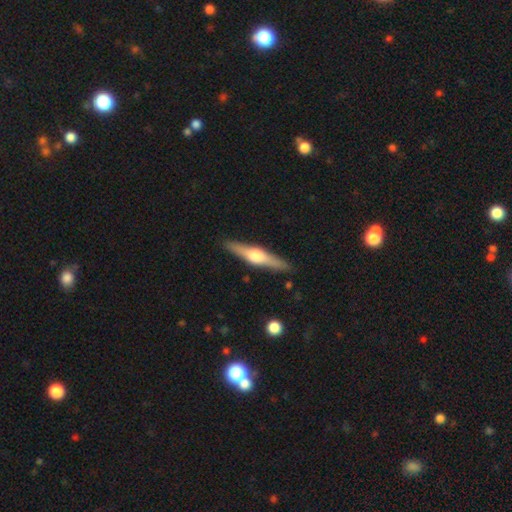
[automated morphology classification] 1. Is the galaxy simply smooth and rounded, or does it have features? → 67% featured or disk, 28% smooth, 5% star or artifact.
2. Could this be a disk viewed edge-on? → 97% yes, 3% no.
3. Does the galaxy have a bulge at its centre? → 92% rounded, 5% boxy, 2% none.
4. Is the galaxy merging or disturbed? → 89% none, 8% minor disturbance, 2% major disturbance, 1% merger.